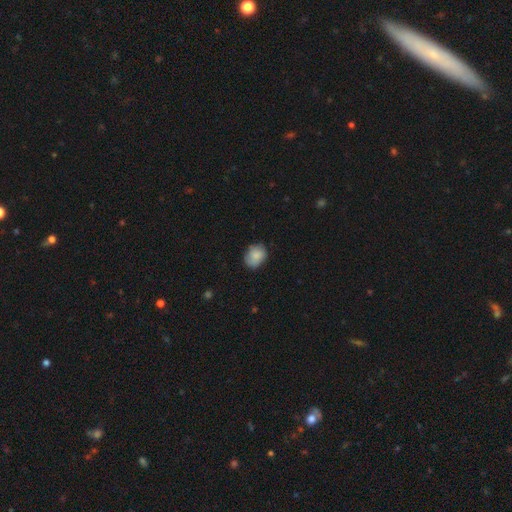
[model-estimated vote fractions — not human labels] smooth 80%, featured or disk 13%, star or artifact 7%. Down the decision tree: how rounded — in between (50%); merging — none (71%).